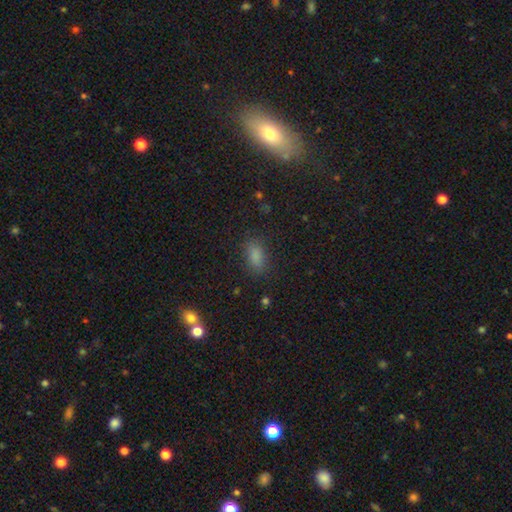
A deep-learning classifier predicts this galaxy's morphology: Q: Smooth or featured?
A: smooth (81%); runner-up: star or artifact (14%)
Q: How rounded?
A: in between (87%); runner-up: round (7%)
Q: Merging?
A: none (83%); runner-up: minor disturbance (12%)